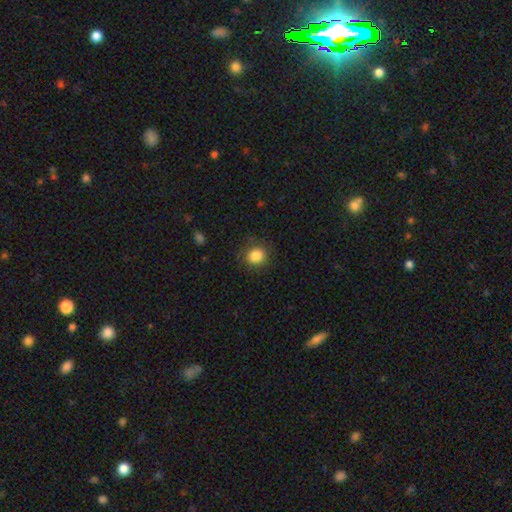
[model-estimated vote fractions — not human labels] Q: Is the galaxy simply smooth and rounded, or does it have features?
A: smooth — 85%.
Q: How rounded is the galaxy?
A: round — 83%.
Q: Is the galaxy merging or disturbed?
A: none — 83%.